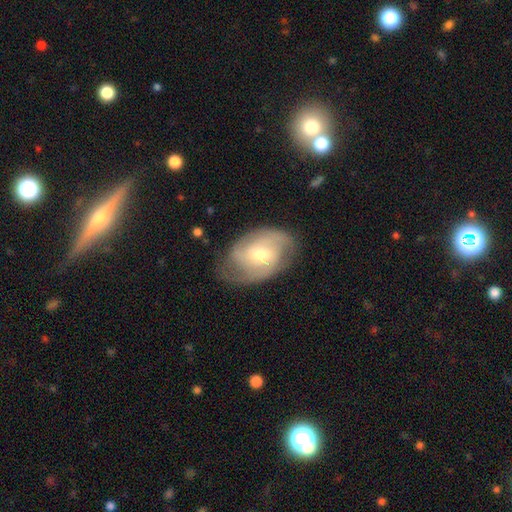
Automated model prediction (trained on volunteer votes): Morphology: type=featured or disk (80%); edge-on=no (95%); bar=no (47%); spiral arms=yes (94%); winding=tight (53%); arm count=2 (51%); bulge=moderate (61%); merging=none (77%).